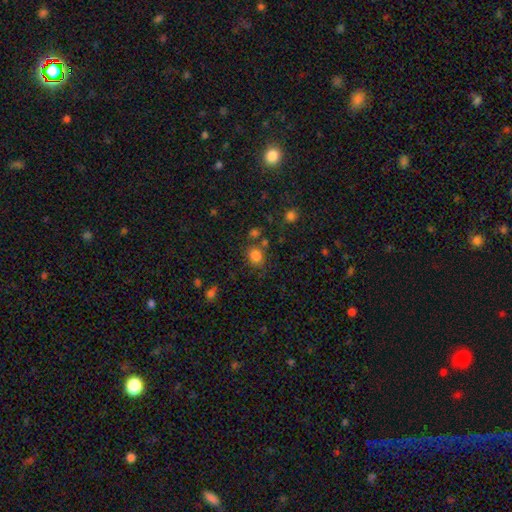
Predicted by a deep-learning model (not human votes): Smooth or featured?
  - smooth: 81% *
  - star or artifact: 13%
  - featured or disk: 6%
How rounded?
  - round: 64% *
  - in between: 35%
  - cigar-shaped: 1%
Merging?
  - none: 66% *
  - minor disturbance: 15%
  - merger: 13%
  - major disturbance: 6%